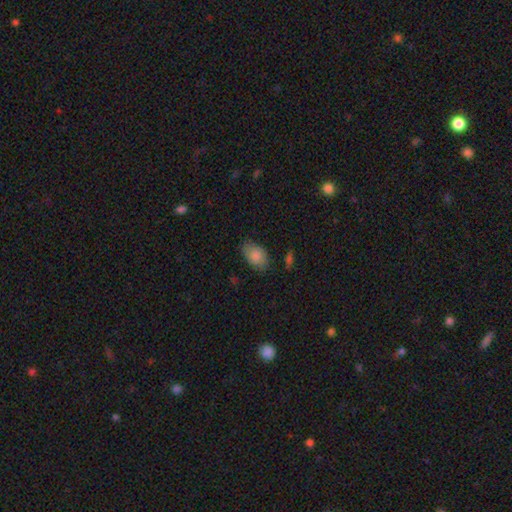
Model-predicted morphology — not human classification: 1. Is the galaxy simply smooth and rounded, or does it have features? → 85% smooth, 8% featured or disk, 7% star or artifact.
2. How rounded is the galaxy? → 91% in between, 7% round, 2% cigar-shaped.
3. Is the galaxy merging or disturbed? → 77% none, 18% minor disturbance, 4% major disturbance, 2% merger.